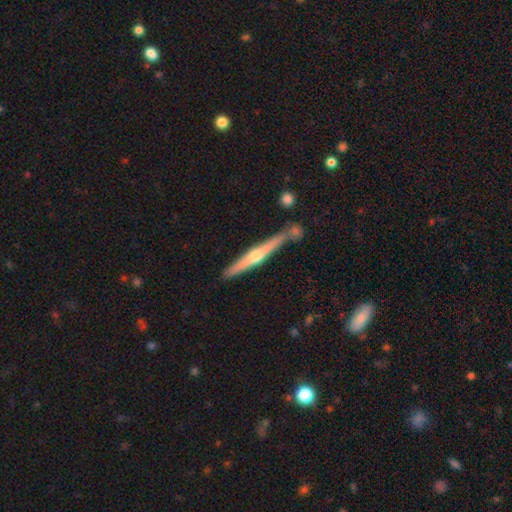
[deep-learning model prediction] Smooth or featured? featured or disk (69%)
Edge-on disk? yes (97%)
Edge-on bulge? rounded (85%)
Merging? none (79%)